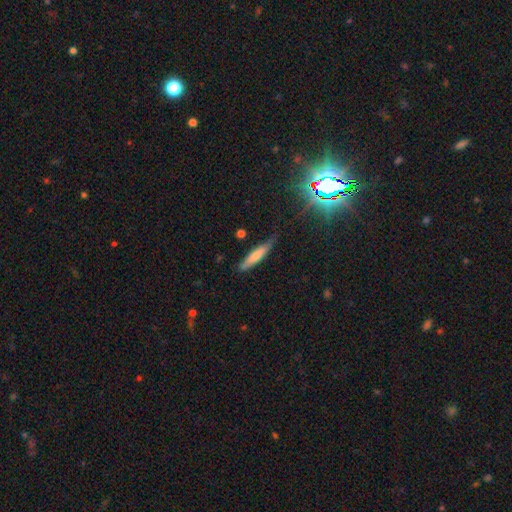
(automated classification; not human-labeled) This appears to be a smooth galaxy with no disk features (66%) that is cigar-shaped (86%). Merging: none (72%).